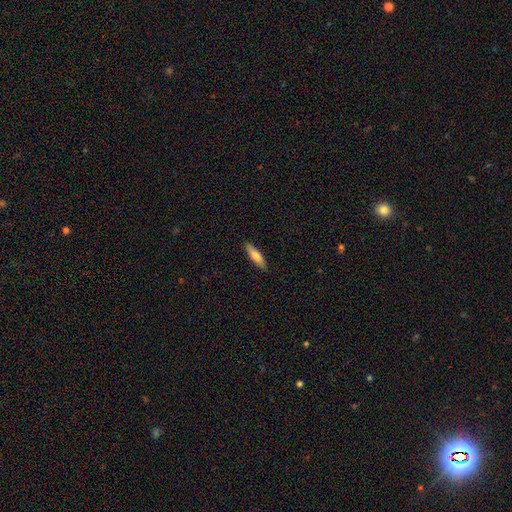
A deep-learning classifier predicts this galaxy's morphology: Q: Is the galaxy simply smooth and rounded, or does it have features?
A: smooth — 72%.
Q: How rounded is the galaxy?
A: cigar-shaped — 71%.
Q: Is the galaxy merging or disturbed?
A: none — 89%.